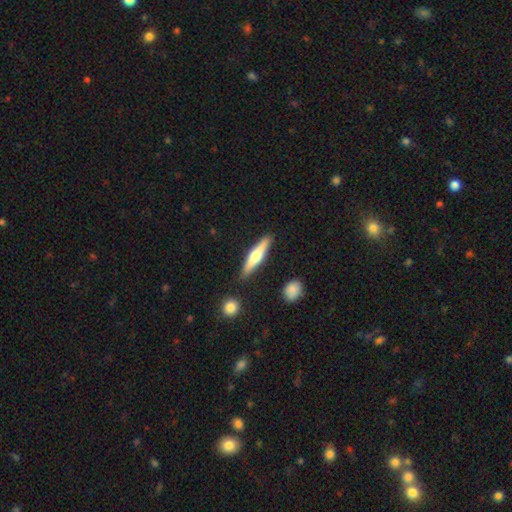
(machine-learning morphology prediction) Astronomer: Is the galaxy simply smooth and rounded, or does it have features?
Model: featured or disk — 51% (runner-up: smooth, 44%).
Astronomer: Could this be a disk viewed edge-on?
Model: yes — 95%.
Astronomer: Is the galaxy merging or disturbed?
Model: none — 87%.